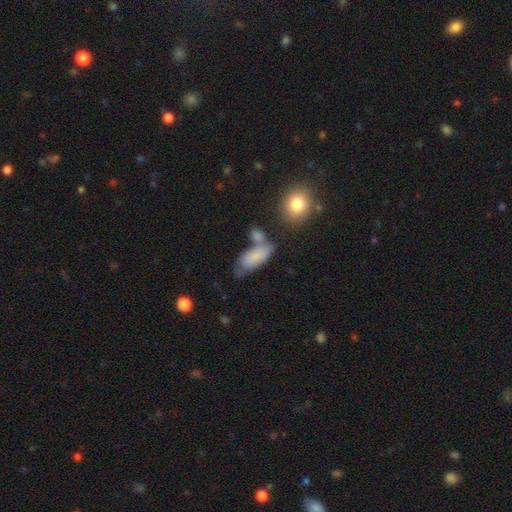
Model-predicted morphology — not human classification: Q: Smooth or featured?
A: smooth (78%); runner-up: featured or disk (14%)
Q: How rounded?
A: in between (83%); runner-up: cigar-shaped (13%)
Q: Merging?
A: none (41%); runner-up: merger (26%)